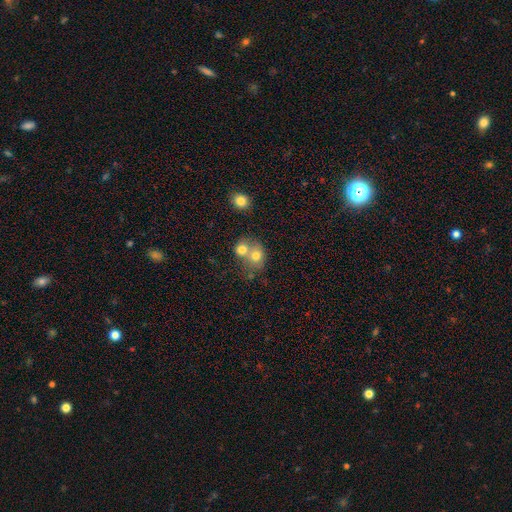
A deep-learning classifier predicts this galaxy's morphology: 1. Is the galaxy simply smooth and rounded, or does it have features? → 71% smooth, 18% featured or disk, 11% star or artifact.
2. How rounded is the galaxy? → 68% round, 31% in between, 1% cigar-shaped.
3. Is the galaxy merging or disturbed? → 61% merger, 29% none, 7% minor disturbance, 3% major disturbance.